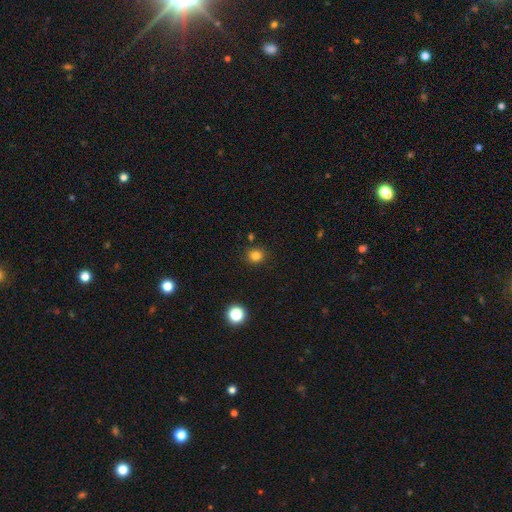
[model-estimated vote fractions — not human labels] A smooth galaxy with no disk features (81%) that is round (81%). Merging: none (85%).